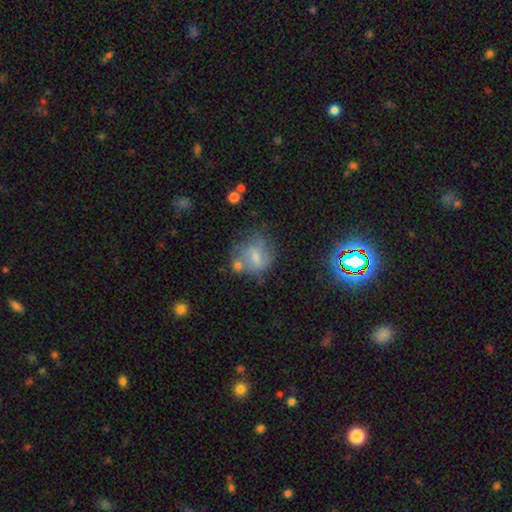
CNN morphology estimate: Smooth or featured? smooth (47%)
Merging? none (52%)